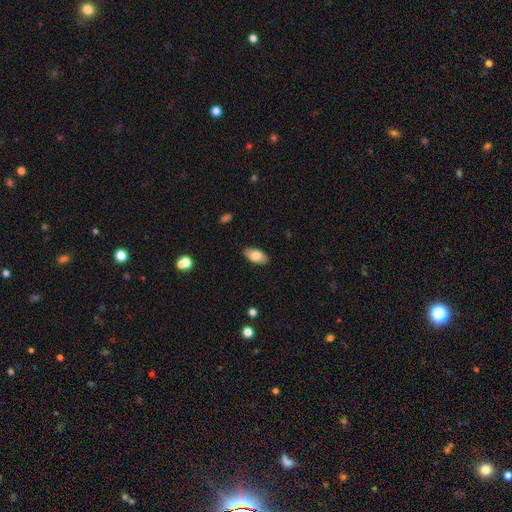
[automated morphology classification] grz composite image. It shows a smooth galaxy with no disk features (80%) that is in between round and cigar-shaped (94%). Merging: none (87%).